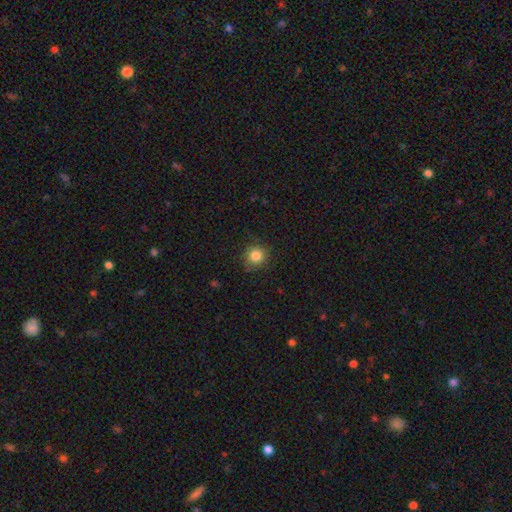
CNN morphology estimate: This appears to be a smooth galaxy with no disk features (83%) that is round (91%). Merging: none (85%).